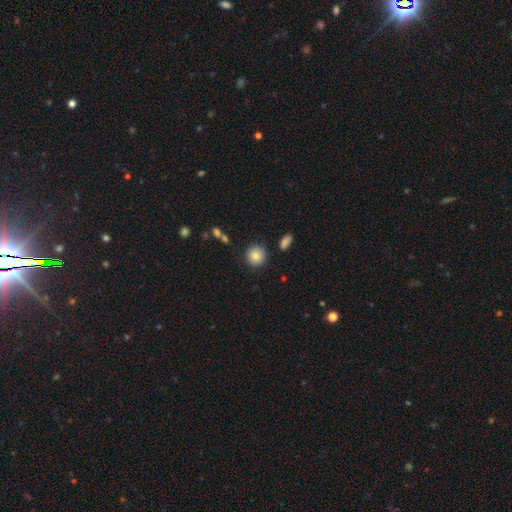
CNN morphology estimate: Smooth or featured: smooth — 83% (star or artifact — 9%)
How rounded: round — 92% (in between — 7%)
Merging: none — 86% (minor disturbance — 8%)